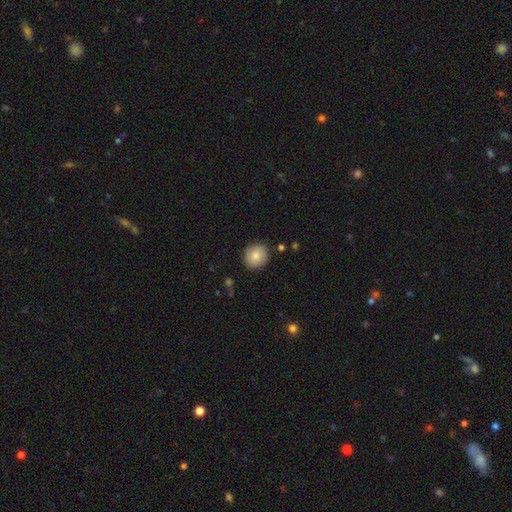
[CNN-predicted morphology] type=smooth (83%); roundness=round (88%); merging=none (88%).